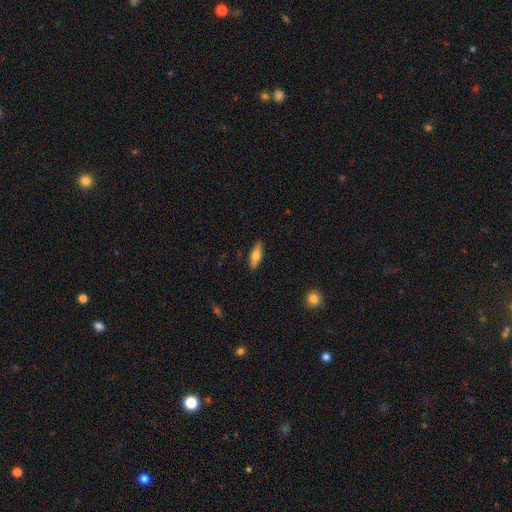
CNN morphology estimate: A smooth galaxy with no disk features (67%) that is in between round and cigar-shaped (57%). Merging: none (88%).